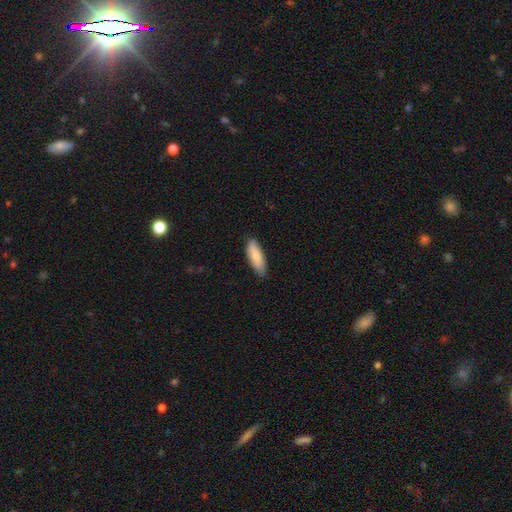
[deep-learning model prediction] smooth 81%, featured or disk 14%, star or artifact 5%. Down the decision tree: how rounded — in between (62%); merging — none (82%).